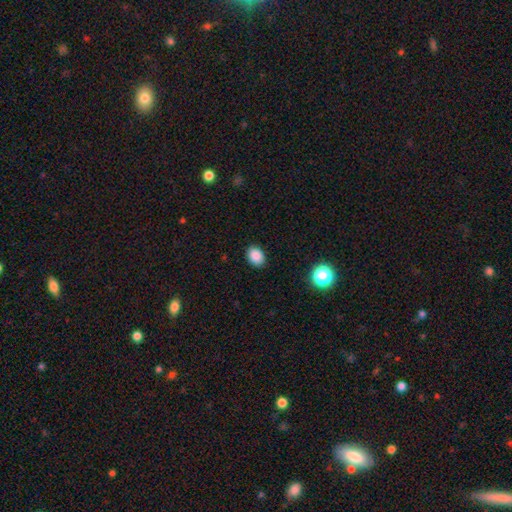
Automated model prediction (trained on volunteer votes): Smooth or featured? Predicted: smooth (p=0.87). How rounded? Predicted: in between (p=0.68). Merging? Predicted: none (p=0.89).